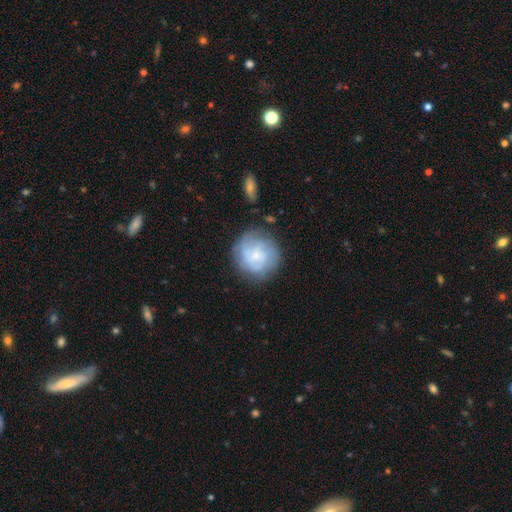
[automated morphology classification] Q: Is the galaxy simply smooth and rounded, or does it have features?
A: featured or disk — 49%.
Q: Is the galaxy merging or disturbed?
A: none — 74%.